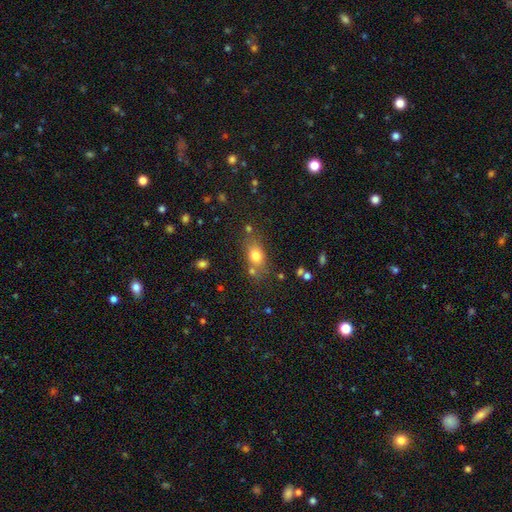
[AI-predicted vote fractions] This appears to be a smooth galaxy with no disk features (77%) that is in between round and cigar-shaped (71%). Merging: none (67%).